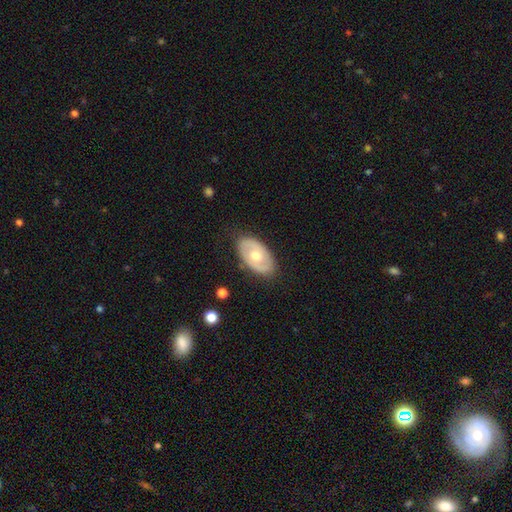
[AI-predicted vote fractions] The model was most divided on "smooth or featured": featured or disk: 51%, smooth: 44%, star or artifact: 5%. More confident: edge-on disk — no (89%); merging — none (82%).